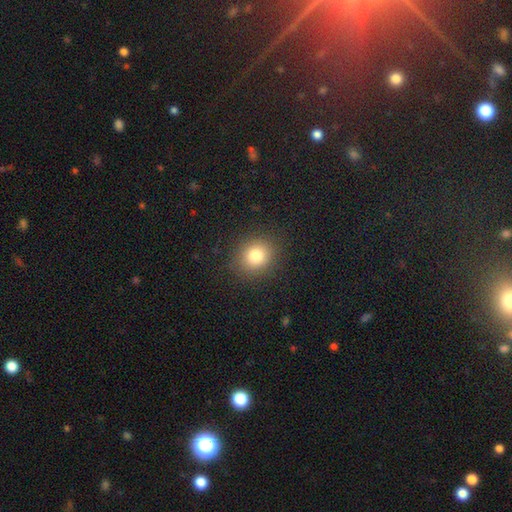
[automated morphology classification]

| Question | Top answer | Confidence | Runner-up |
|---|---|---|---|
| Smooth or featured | smooth | 80% | star or artifact (13%) |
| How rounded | round | 77% | in between (22%) |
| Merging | none | 89% | minor disturbance (7%) |